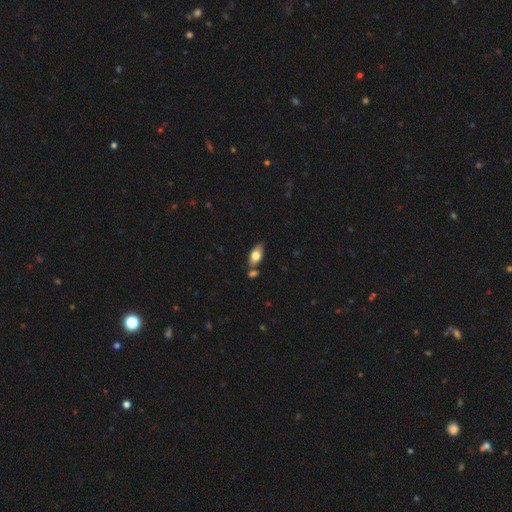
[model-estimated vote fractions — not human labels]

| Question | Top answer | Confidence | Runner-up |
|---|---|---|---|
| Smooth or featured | smooth | 75% | featured or disk (18%) |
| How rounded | in between | 90% | cigar-shaped (5%) |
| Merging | none | 66% | merger (16%) |